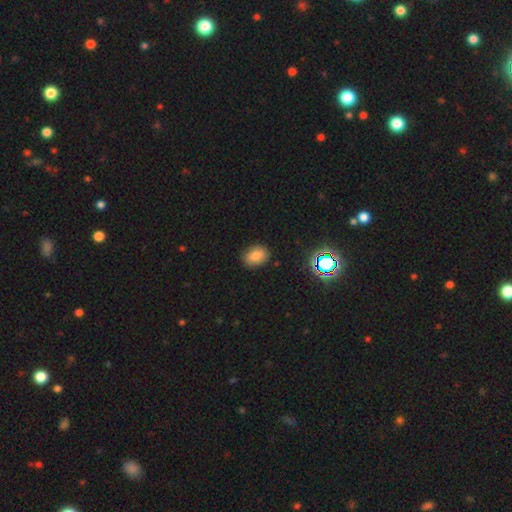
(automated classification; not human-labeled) Smooth or featured? smooth (80%)
How rounded? in between (73%)
Merging? none (85%)